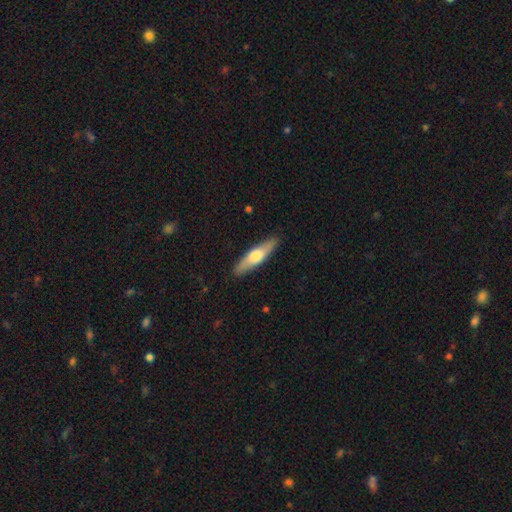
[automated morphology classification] smooth-or-featured: smooth: 50% | featured or disk: 45% | star or artifact: 5%
  how-rounded: cigar-shaped: 76% | in between: 22% | round: 2%
  merging: none: 89% | minor disturbance: 8% | major disturbance: 2% | merger: 1%